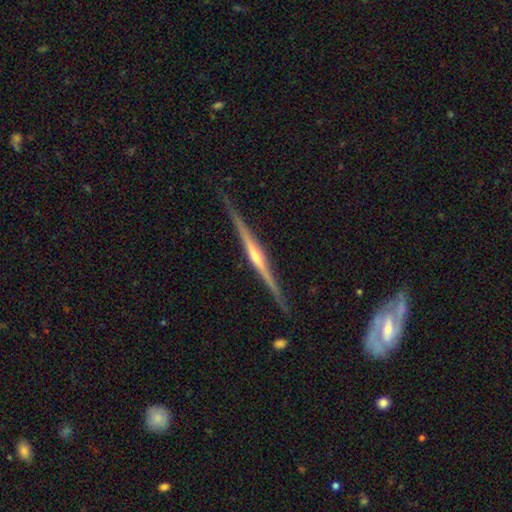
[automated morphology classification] The model was most divided on "edge-on bulge": rounded: 82%, none: 11%, boxy: 7%. More confident: edge-on disk — yes (98%); smooth or featured — featured or disk (88%); merging — none (86%).